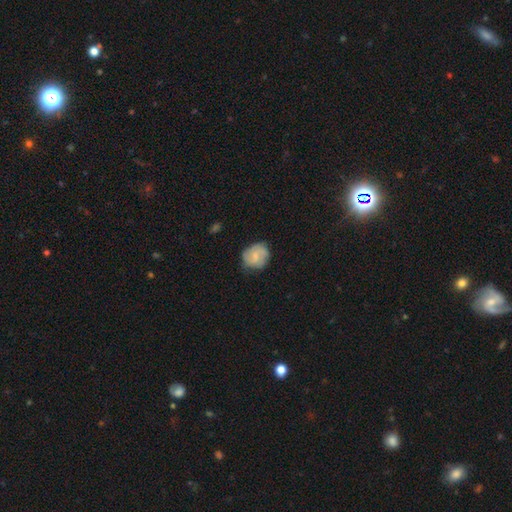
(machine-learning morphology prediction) A smooth galaxy with no disk features (55%) that is round (70%).

Vote fractions:
- Smooth or featured? smooth: 55% / featured or disk: 37% / star or artifact: 7%
- How rounded? round: 70% / in between: 29% / cigar-shaped: 1%
- Merging? none: 68% / minor disturbance: 24% / major disturbance: 6% / merger: 1%